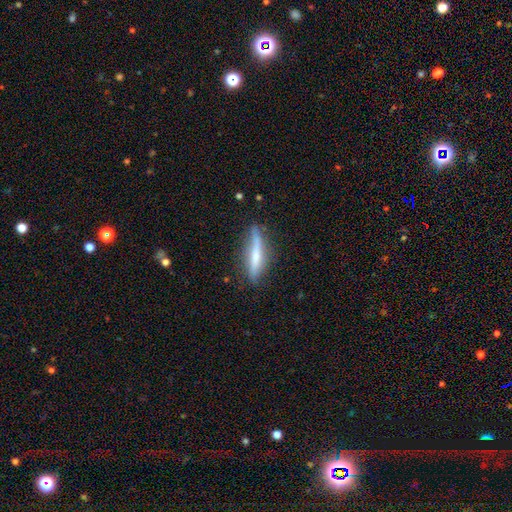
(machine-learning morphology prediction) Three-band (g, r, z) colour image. It shows a featured or disk galaxy (52%) viewed edge-on (87%). Merging: none (74%).